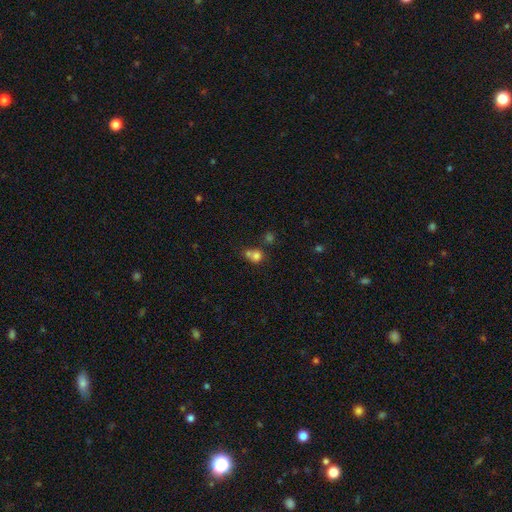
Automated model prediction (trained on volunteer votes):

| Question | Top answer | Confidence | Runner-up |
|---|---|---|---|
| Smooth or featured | smooth | 75% | star or artifact (14%) |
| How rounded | round | 81% | in between (18%) |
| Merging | merger | 48% | none (39%) |